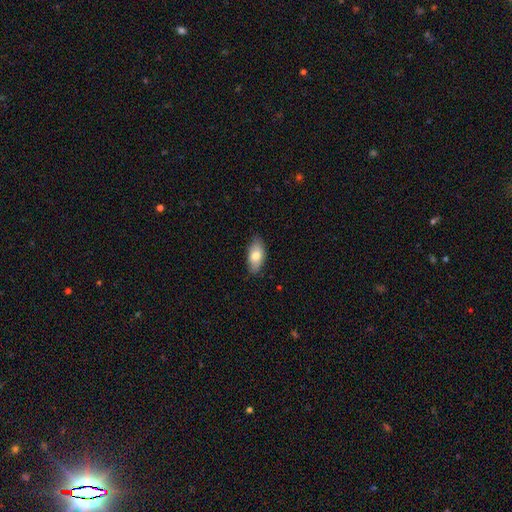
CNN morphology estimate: Overall: smooth (77%). How rounded: in between (90%). Merging: none (81%).